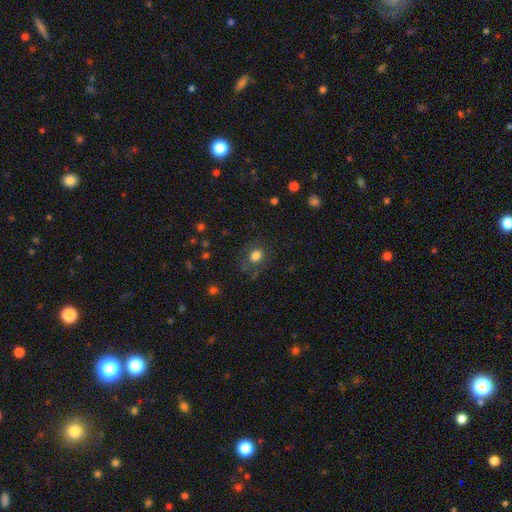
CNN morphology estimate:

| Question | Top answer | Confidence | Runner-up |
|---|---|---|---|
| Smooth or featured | smooth | 77% | star or artifact (12%) |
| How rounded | round | 71% | in between (28%) |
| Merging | none | 72% | minor disturbance (17%) |